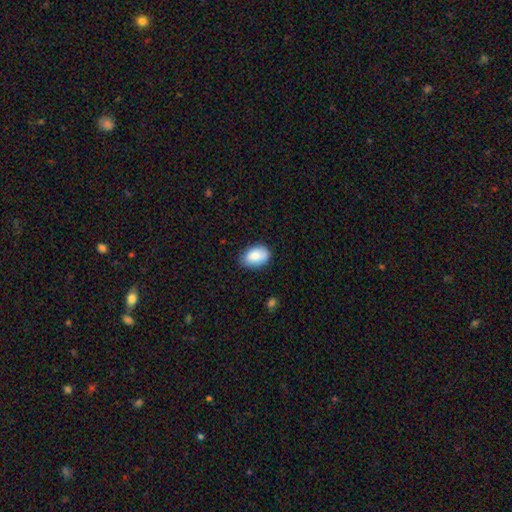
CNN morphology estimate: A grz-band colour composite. It shows a smooth galaxy with no disk features (85%) that is in between round and cigar-shaped (87%). Merging: none (75%).